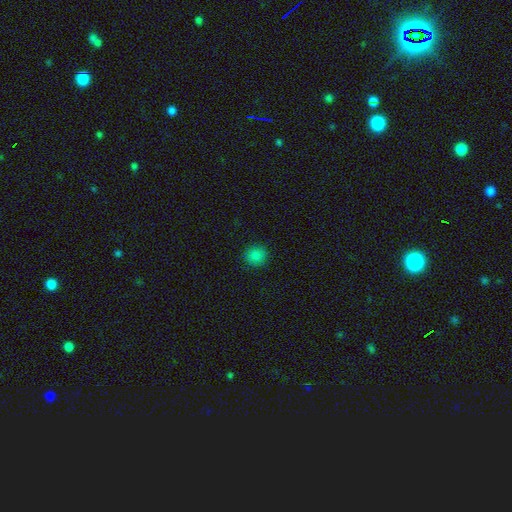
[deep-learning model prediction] A smooth galaxy with no disk features (83%) that is round (91%).

Vote fractions:
- Smooth or featured? smooth: 83% / star or artifact: 13% / featured or disk: 4%
- How rounded? round: 91% / in between: 8% / cigar-shaped: 1%
- Merging? none: 91% / minor disturbance: 6% / major disturbance: 2% / merger: 1%